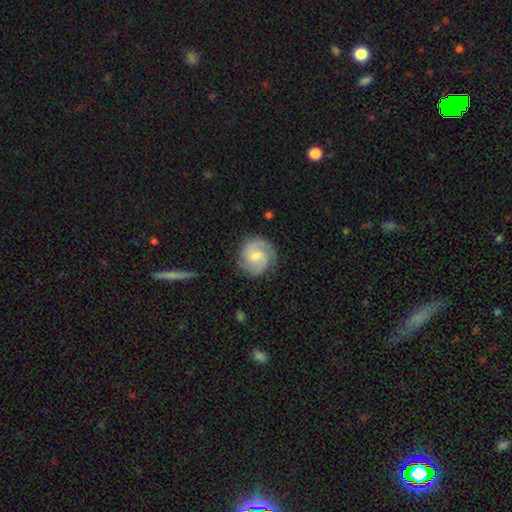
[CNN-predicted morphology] Smooth or featured: featured or disk — 73% (smooth — 21%)
Edge-on disk: no — 98% (yes — 2%)
Bar: no — 48% (weak — 45%)
Spiral arms: yes — 95% (no — 5%)
Spiral winding: medium — 44% (tight — 43%)
Spiral arm count: 2 — 68% (can't tell — 11%)
Bulge size: moderate — 47% (small — 46%)
Merging: none — 80% (minor disturbance — 14%)